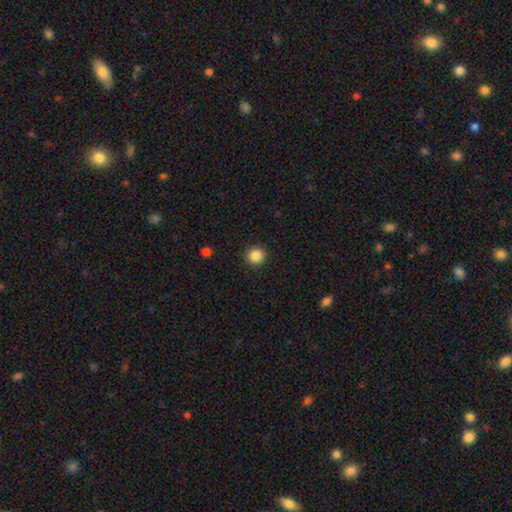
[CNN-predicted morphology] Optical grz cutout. It shows a smooth galaxy with no disk features (86%) that is round (93%). Merging: none (92%).